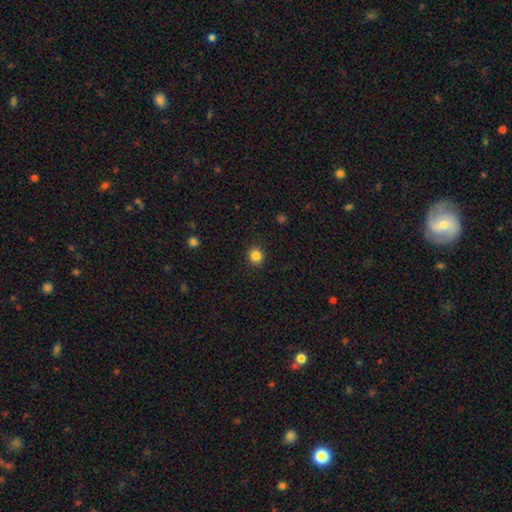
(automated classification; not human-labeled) Morphology: type=smooth (85%); roundness=round (93%); merging=none (92%).